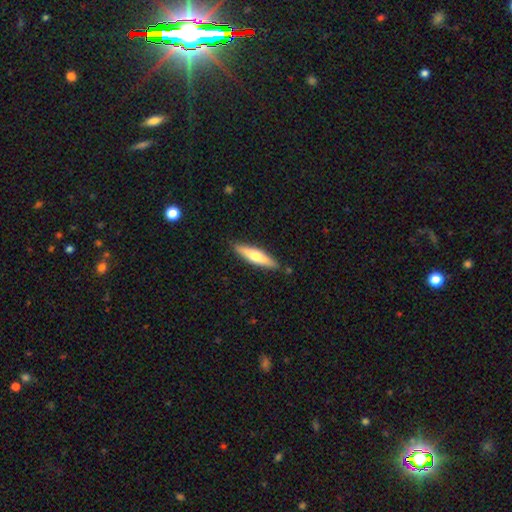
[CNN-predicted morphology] A smooth galaxy with no disk features (48%). Merging: none (87%).